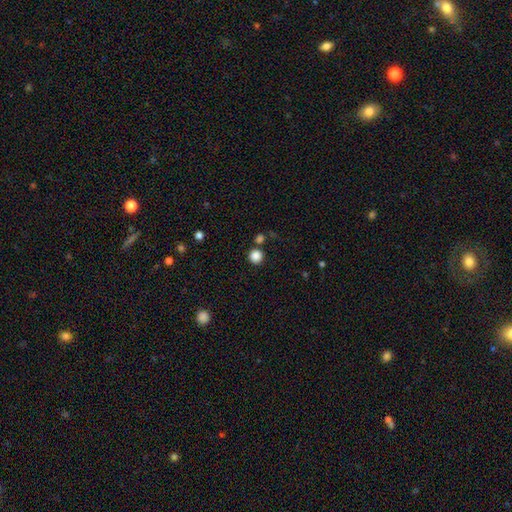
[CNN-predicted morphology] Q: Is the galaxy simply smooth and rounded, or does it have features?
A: smooth — 85%.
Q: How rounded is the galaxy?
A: round — 95%.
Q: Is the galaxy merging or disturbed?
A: none — 84%.